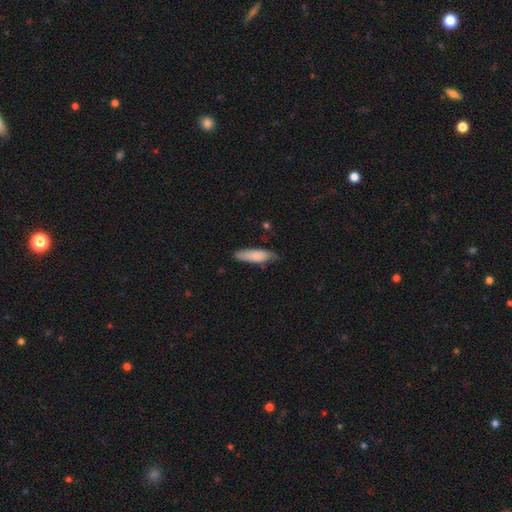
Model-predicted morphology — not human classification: Smooth or featured? smooth (79%)
How rounded? cigar-shaped (52%)
Merging? none (69%)